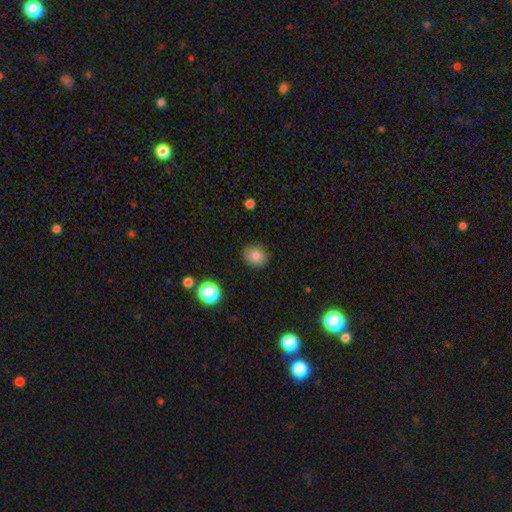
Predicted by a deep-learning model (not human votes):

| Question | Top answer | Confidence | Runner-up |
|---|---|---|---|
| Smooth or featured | smooth | 81% | star or artifact (11%) |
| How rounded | round | 75% | in between (24%) |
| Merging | none | 87% | minor disturbance (10%) |